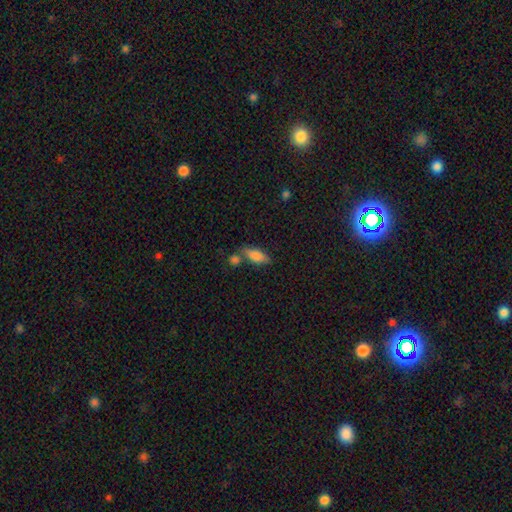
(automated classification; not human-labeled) Smooth or featured?
  - smooth: 81% *
  - featured or disk: 12%
  - star or artifact: 7%
How rounded?
  - in between: 74% *
  - cigar-shaped: 22%
  - round: 3%
Merging?
  - none: 59% *
  - merger: 22%
  - minor disturbance: 15%
  - major disturbance: 5%